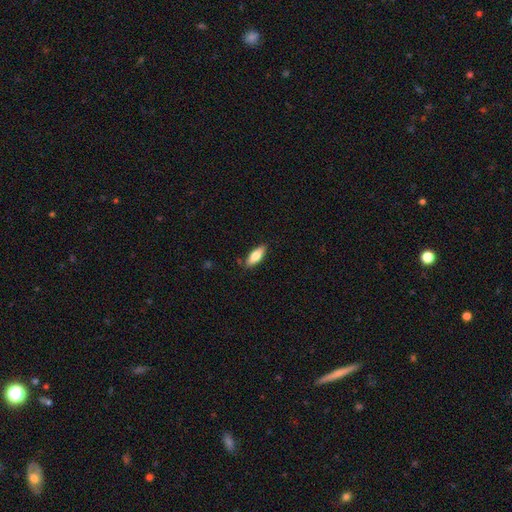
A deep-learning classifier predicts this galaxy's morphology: Smooth or featured: smooth — 75% (featured or disk — 19%)
How rounded: in between — 68% (cigar-shaped — 30%)
Merging: none — 83% (minor disturbance — 12%)